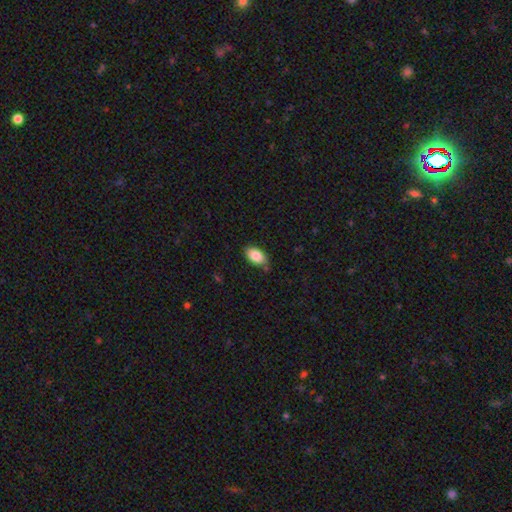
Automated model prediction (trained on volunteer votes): Q: Smooth or featured?
A: smooth (85%); runner-up: featured or disk (8%)
Q: How rounded?
A: in between (92%); runner-up: round (6%)
Q: Merging?
A: none (82%); runner-up: minor disturbance (13%)